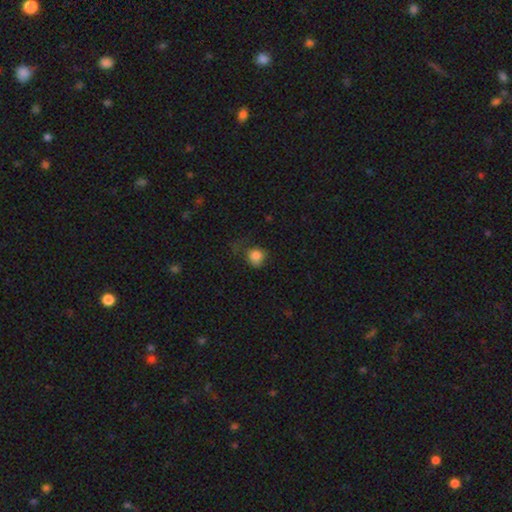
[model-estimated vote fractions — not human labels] smooth 83%, star or artifact 10%, featured or disk 6%. Down the decision tree: how rounded — round (80%); merging — none (51%).